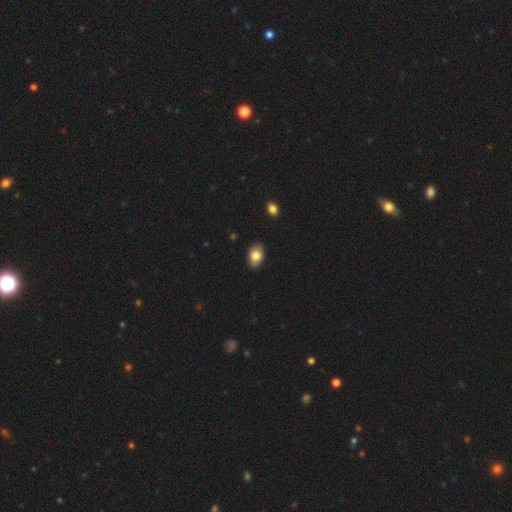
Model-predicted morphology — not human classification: A smooth galaxy with no disk features (84%) that is in between round and cigar-shaped (88%). Merging: none (88%).